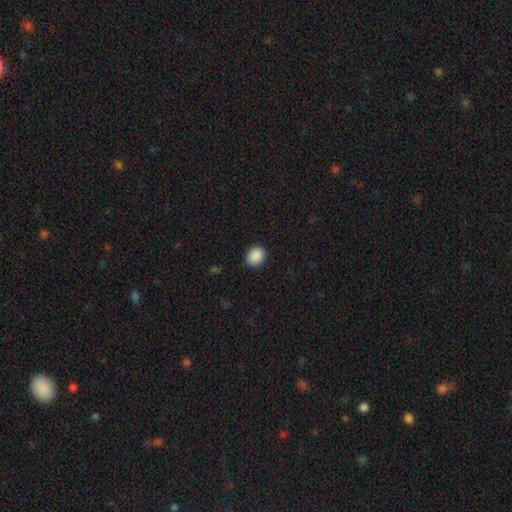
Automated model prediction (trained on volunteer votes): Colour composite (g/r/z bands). It shows a smooth galaxy with no disk features (90%) that is round (54%). Merging: none (90%).